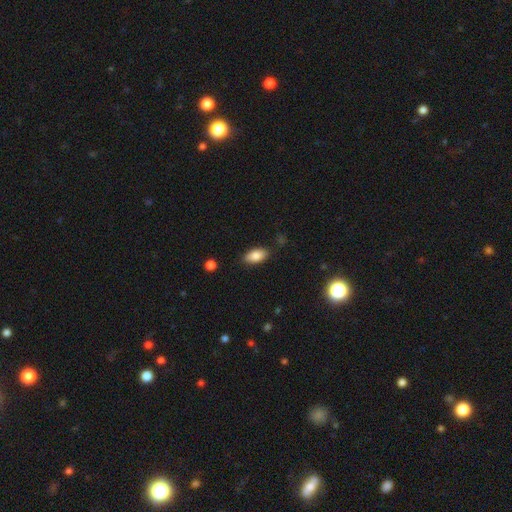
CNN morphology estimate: Smooth or featured?
  - smooth: 85% *
  - featured or disk: 8%
  - star or artifact: 7%
How rounded?
  - in between: 92% *
  - cigar-shaped: 5%
  - round: 3%
Merging?
  - none: 83% *
  - minor disturbance: 13%
  - major disturbance: 3%
  - merger: 2%